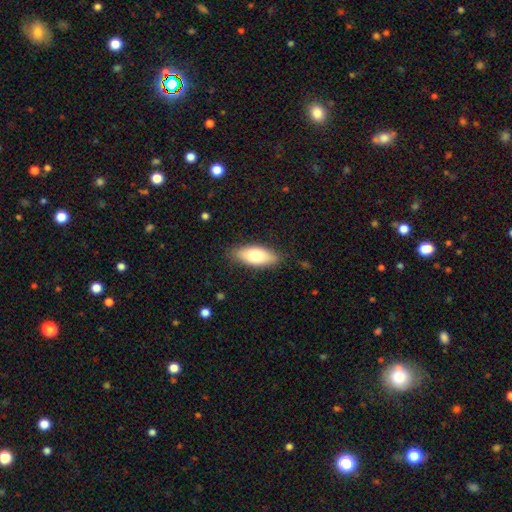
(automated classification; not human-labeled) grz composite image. It shows a smooth galaxy with no disk features (74%) that is in between round and cigar-shaped (81%). Merging: none (84%).